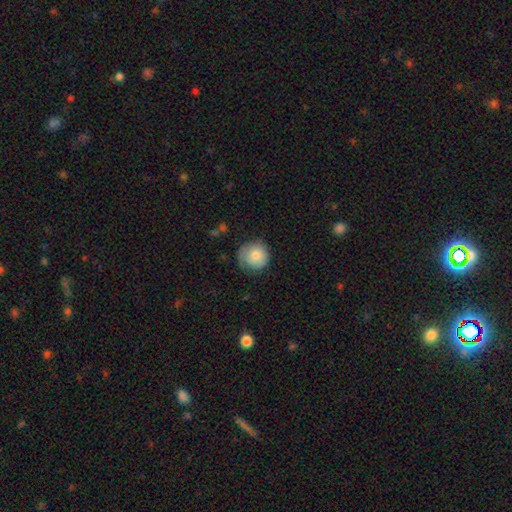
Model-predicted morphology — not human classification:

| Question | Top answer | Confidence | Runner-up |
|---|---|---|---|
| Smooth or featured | smooth | 80% | featured or disk (13%) |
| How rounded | round | 92% | in between (7%) |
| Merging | none | 68% | minor disturbance (24%) |